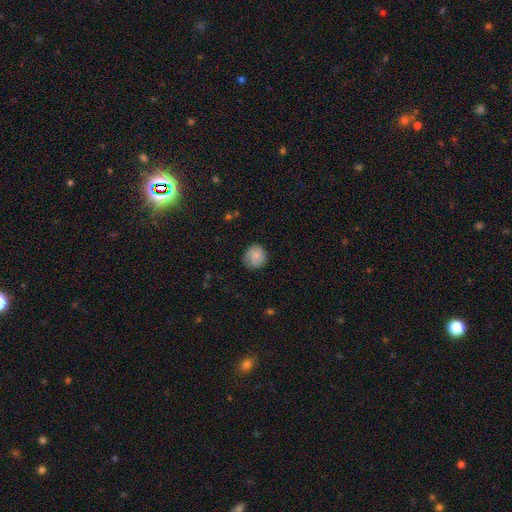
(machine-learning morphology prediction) This appears to be a smooth galaxy with no disk features (75%) that is round (85%). Merging: none (73%).